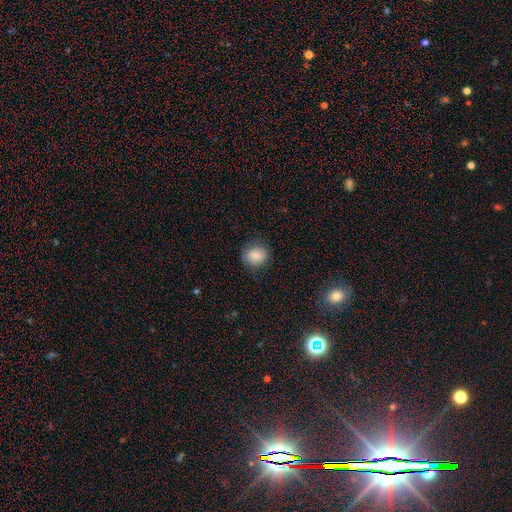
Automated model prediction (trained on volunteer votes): Smooth or featured?
  - smooth: 76% *
  - featured or disk: 16%
  - star or artifact: 9%
How rounded?
  - round: 71% *
  - in between: 28%
  - cigar-shaped: 1%
Merging?
  - none: 75% *
  - minor disturbance: 18%
  - major disturbance: 7%
  - merger: 1%